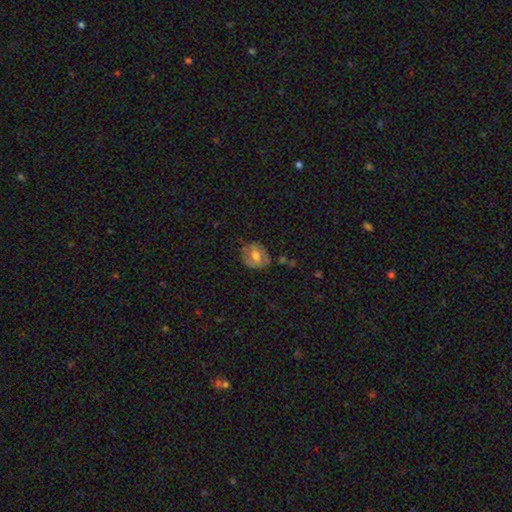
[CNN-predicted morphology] smooth-or-featured: smooth: 50% | featured or disk: 43% | star or artifact: 7%
  merging: none: 70% | minor disturbance: 22% | major disturbance: 6% | merger: 2%